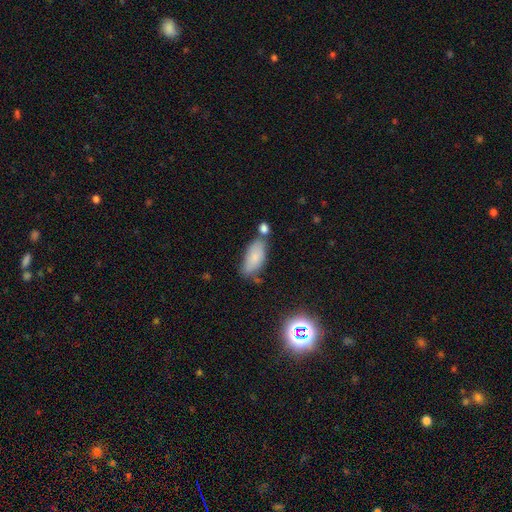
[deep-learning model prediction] This appears to be a smooth galaxy with no disk features (80%) that is in between round and cigar-shaped (87%). Merging: none (57%).